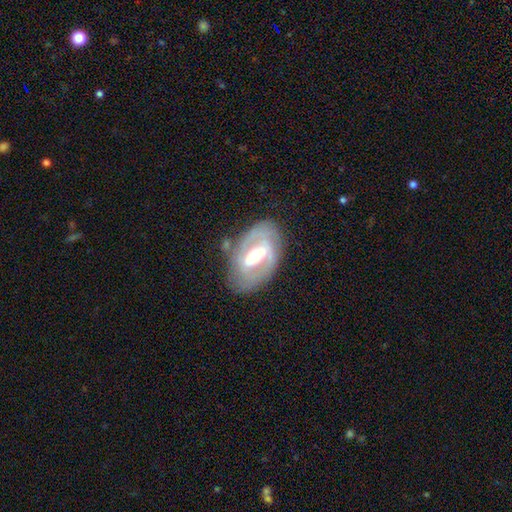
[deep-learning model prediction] Smooth or featured: featured or disk — 79% (smooth — 16%)
Edge-on disk: no — 93% (yes — 7%)
Bar: strong — 56% (weak — 32%)
Spiral arms: yes — 66% (no — 34%)
Bulge size: moderate — 66% (small — 24%)
Merging: none — 74% (minor disturbance — 17%)